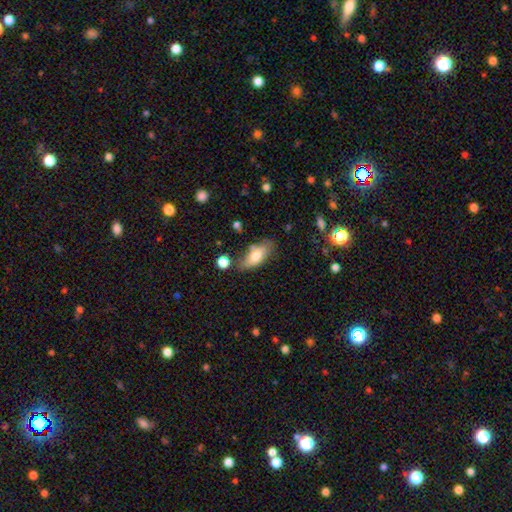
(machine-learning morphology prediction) Smooth or featured: smooth — 71% (featured or disk — 22%)
How rounded: in between — 81% (cigar-shaped — 15%)
Merging: none — 63% (minor disturbance — 23%)